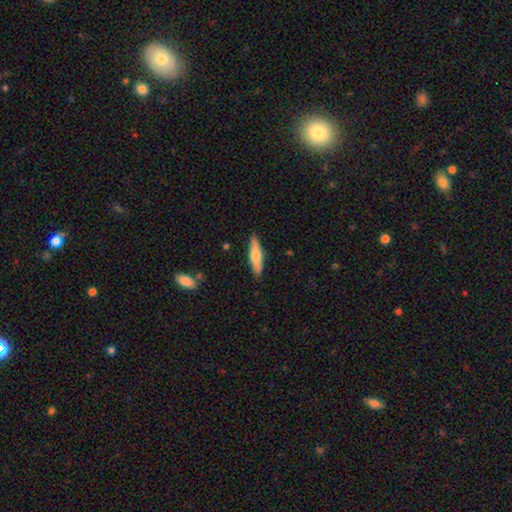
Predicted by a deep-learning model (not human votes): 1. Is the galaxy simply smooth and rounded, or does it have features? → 66% smooth, 29% featured or disk, 6% star or artifact.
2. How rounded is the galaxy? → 73% cigar-shaped, 25% in between, 2% round.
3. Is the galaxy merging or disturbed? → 88% none, 9% minor disturbance, 2% major disturbance, 1% merger.